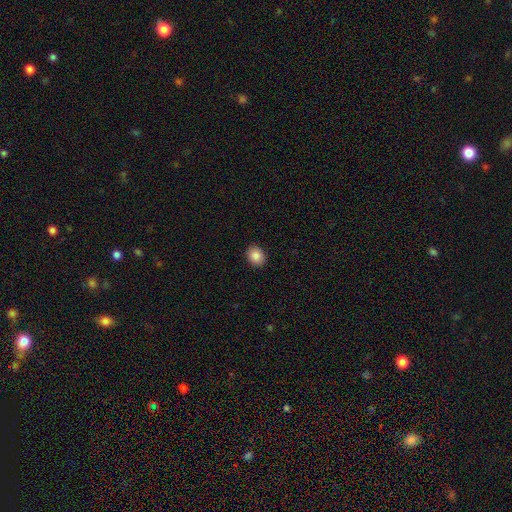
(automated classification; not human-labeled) Smooth or featured? smooth (86%)
How rounded? round (57%)
Merging? none (91%)